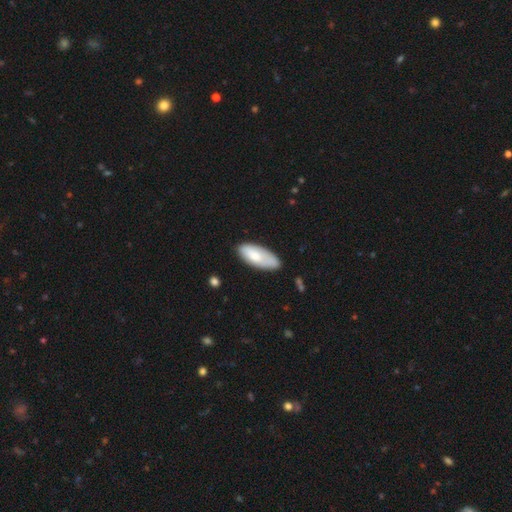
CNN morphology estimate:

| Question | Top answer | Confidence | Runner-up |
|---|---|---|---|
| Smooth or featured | smooth | 75% | featured or disk (20%) |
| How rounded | in between | 81% | cigar-shaped (17%) |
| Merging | none | 66% | minor disturbance (25%) |